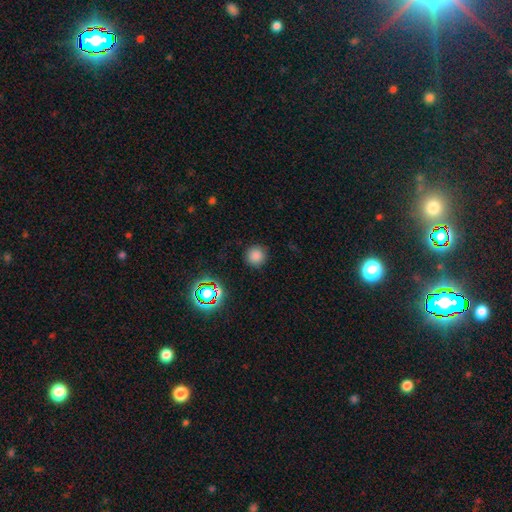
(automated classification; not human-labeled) A smooth galaxy with no disk features (78%) that is round (95%). Merging: none (89%).